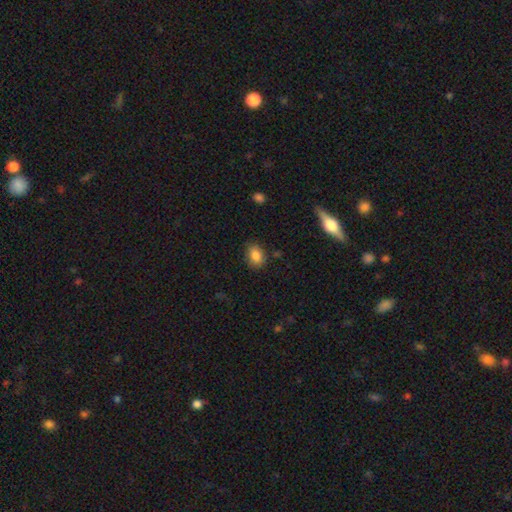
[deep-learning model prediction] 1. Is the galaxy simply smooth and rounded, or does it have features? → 86% smooth, 8% star or artifact, 6% featured or disk.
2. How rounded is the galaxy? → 74% in between, 25% round, 1% cigar-shaped.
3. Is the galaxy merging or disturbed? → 80% none, 15% minor disturbance, 3% major disturbance, 2% merger.